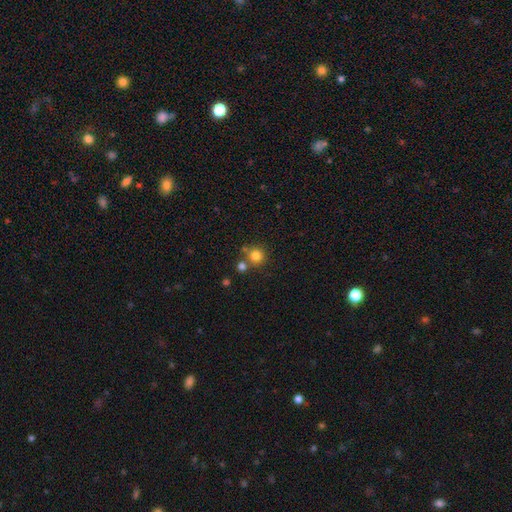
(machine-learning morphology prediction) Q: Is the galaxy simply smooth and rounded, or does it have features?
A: smooth — 81%.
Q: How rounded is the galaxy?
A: round — 92%.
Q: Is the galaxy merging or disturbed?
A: none — 68%.